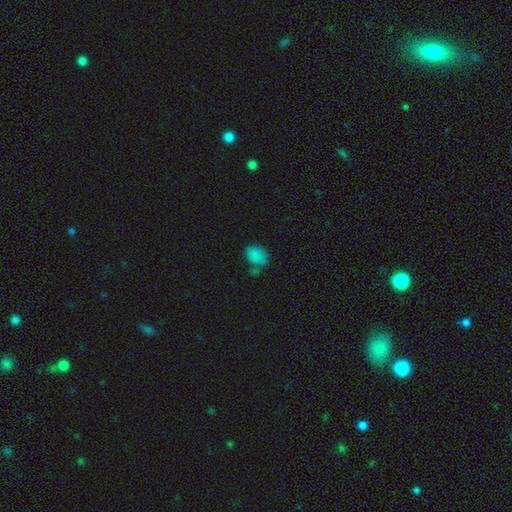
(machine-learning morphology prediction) This appears to be a smooth galaxy with no disk features (81%) that is in between round and cigar-shaped (77%). Merging: none (58%).